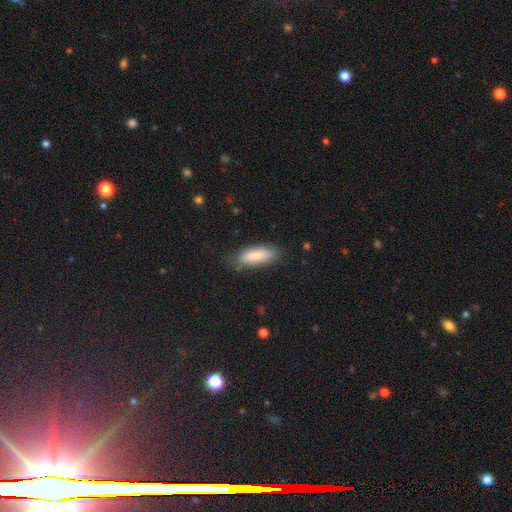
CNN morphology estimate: This is clearly a smooth galaxy (82%). How rounded: likely in between (66%). Merging: likely none (76%).